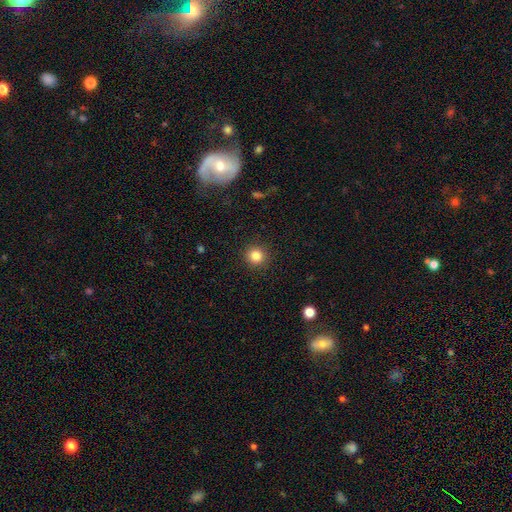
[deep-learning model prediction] Smooth or featured? Predicted: smooth (p=0.83). How rounded? Predicted: round (p=0.93). Merging? Predicted: none (p=0.92).